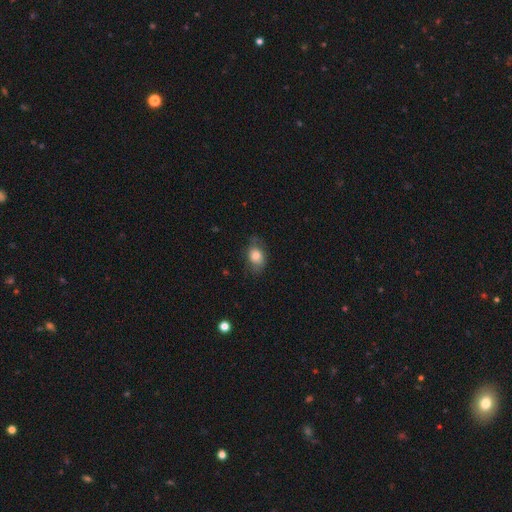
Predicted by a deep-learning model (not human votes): Q: Smooth or featured?
A: smooth (77%); runner-up: featured or disk (15%)
Q: How rounded?
A: in between (68%); runner-up: round (30%)
Q: Merging?
A: none (62%); runner-up: minor disturbance (26%)